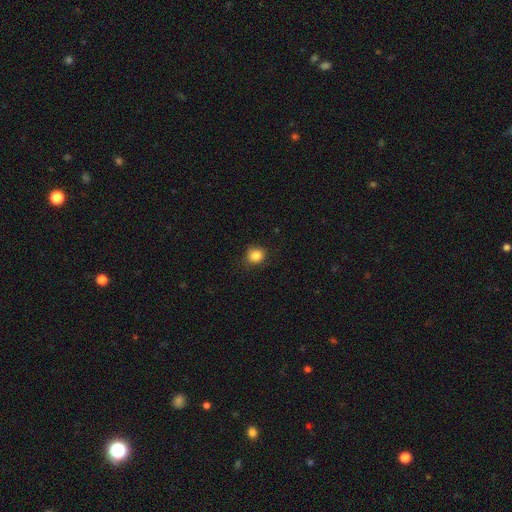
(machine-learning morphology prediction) Overall: smooth (85%). How rounded: round (85%). Merging: none (84%).